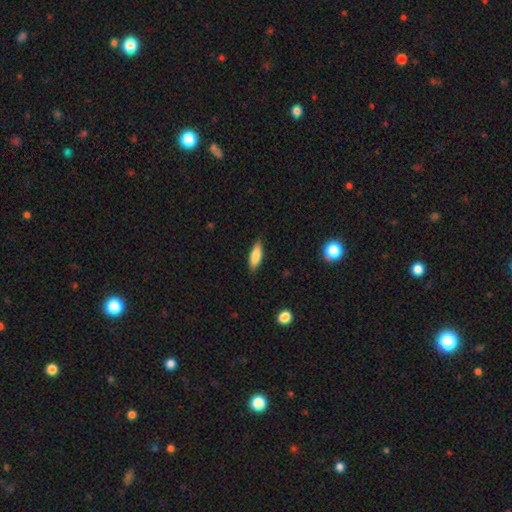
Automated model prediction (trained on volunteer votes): smooth_or_featured: smooth (p=0.79) [alt: featured or disk p=0.14]
how_rounded: in between (p=0.59) [alt: cigar-shaped p=0.39]
merging: none (p=0.85) [alt: minor disturbance p=0.12]